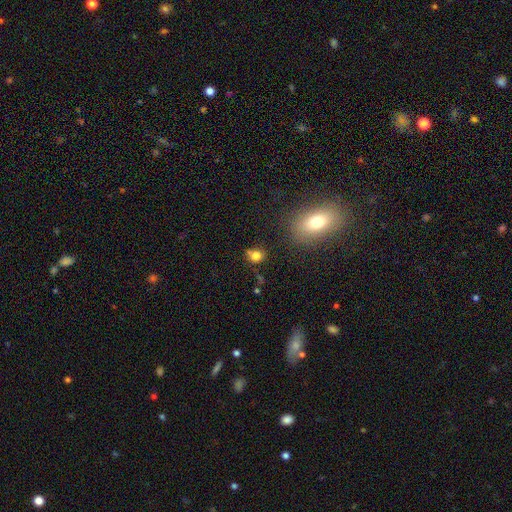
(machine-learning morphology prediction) Smooth or featured? smooth (77%)
How rounded? round (74%)
Merging? none (65%)